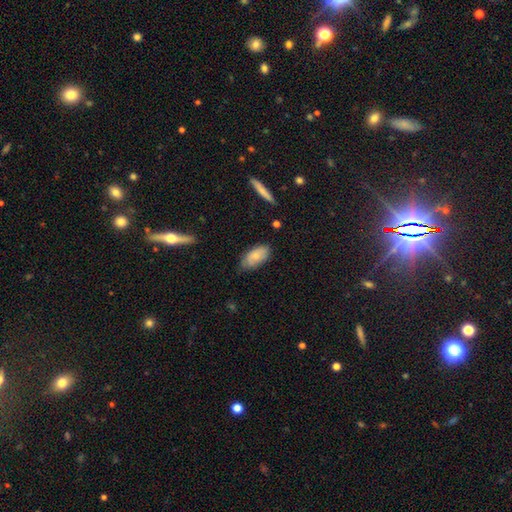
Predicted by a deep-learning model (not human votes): A smooth galaxy with no disk features (74%) that is in between round and cigar-shaped (92%).

Vote fractions:
- Smooth or featured? smooth: 74% / featured or disk: 19% / star or artifact: 6%
- How rounded? in between: 92% / cigar-shaped: 5% / round: 3%
- Merging? none: 70% / minor disturbance: 24% / major disturbance: 4% / merger: 2%